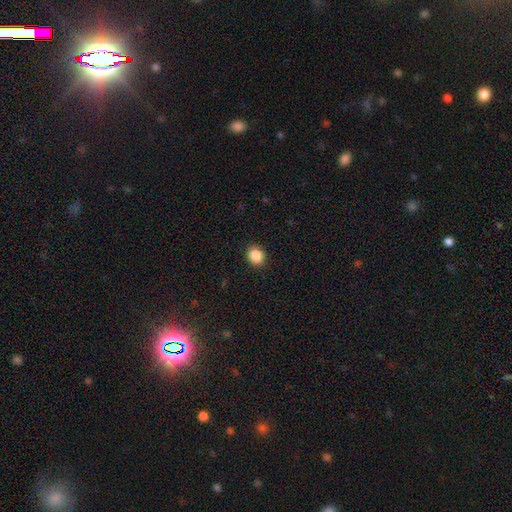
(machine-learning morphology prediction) smooth_or_featured: smooth (p=0.88) [alt: star or artifact p=0.09]
how_rounded: round (p=0.60) [alt: in between p=0.39]
merging: none (p=0.91) [alt: minor disturbance p=0.06]